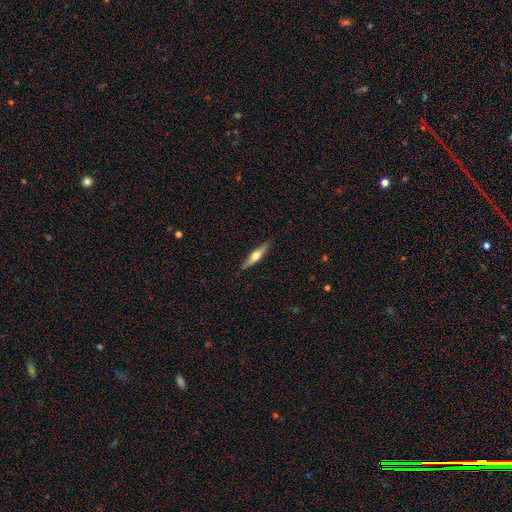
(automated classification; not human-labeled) Smooth or featured? Predicted: featured or disk (p=0.55). Edge-on disk? Predicted: yes (p=0.94). Edge-on bulge? Predicted: rounded (p=0.93). Merging? Predicted: none (p=0.89).